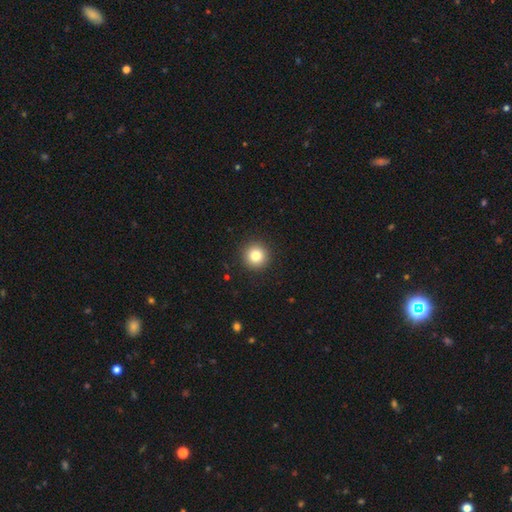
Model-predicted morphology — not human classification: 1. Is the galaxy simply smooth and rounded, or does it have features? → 82% smooth, 11% star or artifact, 7% featured or disk.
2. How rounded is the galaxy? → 96% round, 4% in between, 1% cigar-shaped.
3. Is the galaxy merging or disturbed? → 92% none, 5% minor disturbance, 2% major disturbance, 1% merger.